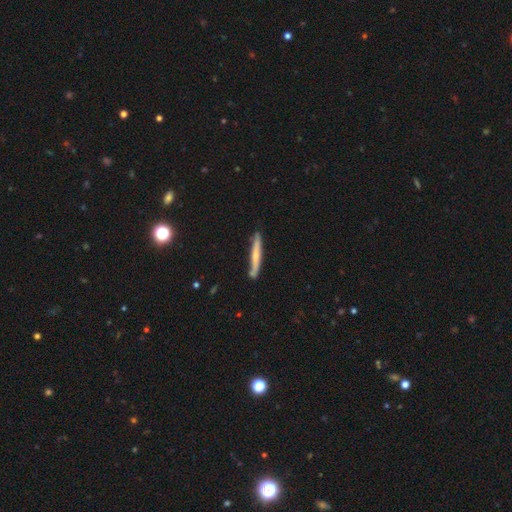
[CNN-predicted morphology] This appears to be a smooth galaxy with no disk features (51%) that is cigar-shaped (96%). Merging: none (82%).